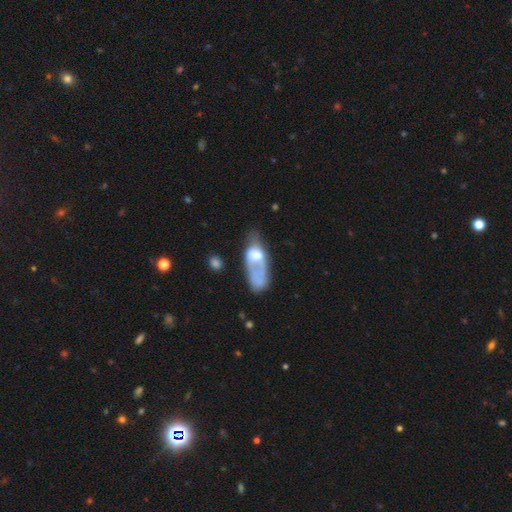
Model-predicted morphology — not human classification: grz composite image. It shows a smooth galaxy with no disk features (50%). Merging: major disturbance (36%).